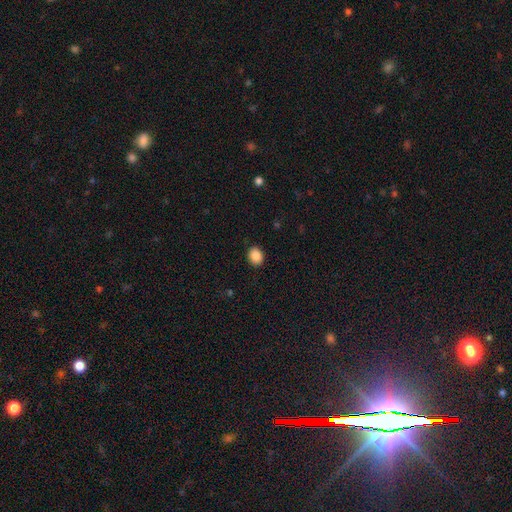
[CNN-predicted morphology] Smooth or featured?
  - smooth: 88% *
  - star or artifact: 9%
  - featured or disk: 3%
How rounded?
  - round: 52% *
  - in between: 47%
  - cigar-shaped: 1%
Merging?
  - none: 90% *
  - minor disturbance: 7%
  - major disturbance: 2%
  - merger: 1%